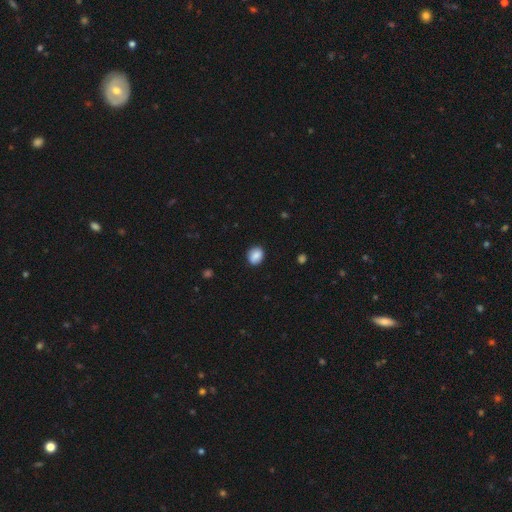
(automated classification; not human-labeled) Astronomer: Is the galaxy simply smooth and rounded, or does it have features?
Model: smooth — 84%.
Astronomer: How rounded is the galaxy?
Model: round — 55% (runner-up: in between, 44%).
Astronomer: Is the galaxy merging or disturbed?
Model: none — 85%.